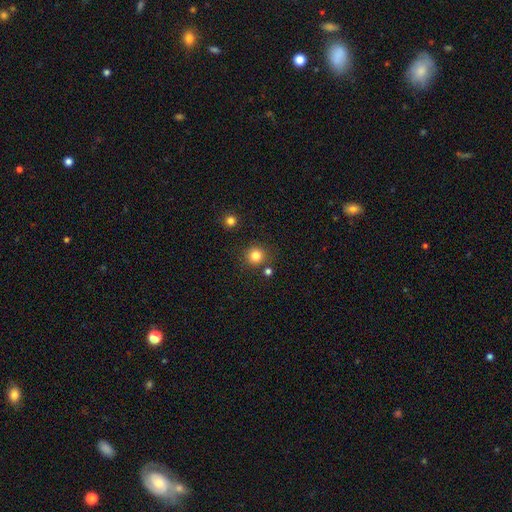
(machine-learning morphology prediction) This is clearly a smooth galaxy (83%). How rounded: clearly round (94%). Merging: clearly none (85%).